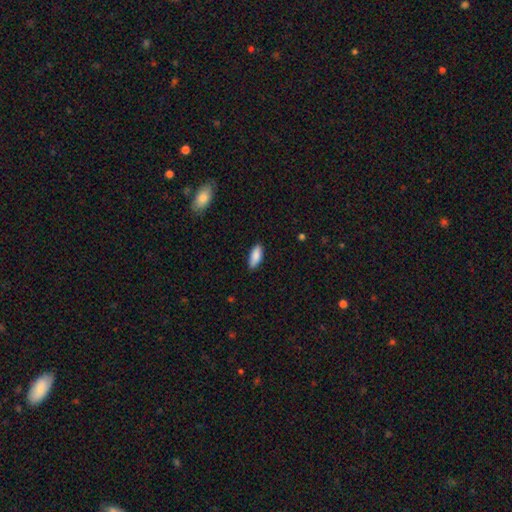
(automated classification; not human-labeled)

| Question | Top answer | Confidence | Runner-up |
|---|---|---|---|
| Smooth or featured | smooth | 87% | featured or disk (7%) |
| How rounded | in between | 80% | cigar-shaped (18%) |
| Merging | none | 86% | minor disturbance (11%) |